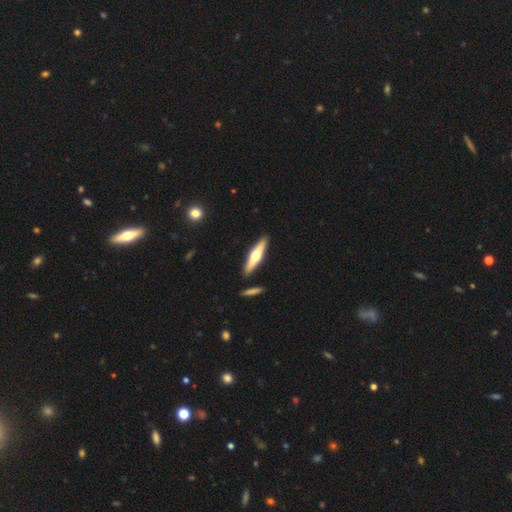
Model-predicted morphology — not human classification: Q: Smooth or featured?
A: featured or disk (56%); runner-up: smooth (39%)
Q: Edge-on disk?
A: yes (95%); runner-up: no (5%)
Q: Edge-on bulge?
A: rounded (93%); runner-up: none (4%)
Q: Merging?
A: none (88%); runner-up: minor disturbance (7%)